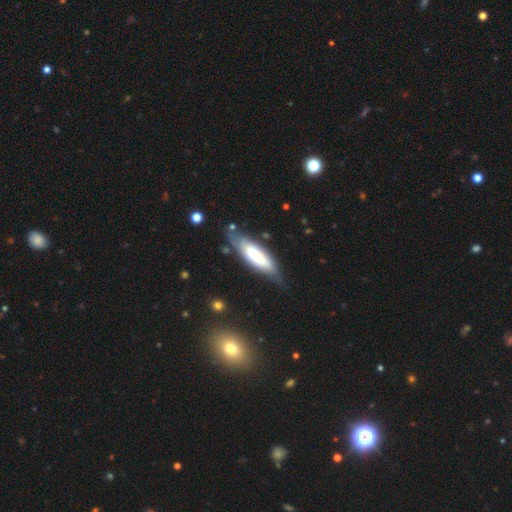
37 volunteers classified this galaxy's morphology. A smooth galaxy with no disk features (68%) that is cigar-shaped (68%).

Vote fractions:
- Smooth or featured? smooth: 68% / featured or disk: 27% / star or artifact: 5%
- How rounded? cigar-shaped: 68% / in between: 32% / round: 0%
- Merging? none: 69% / minor disturbance: 29% / major disturbance: 3% / merger: 0%